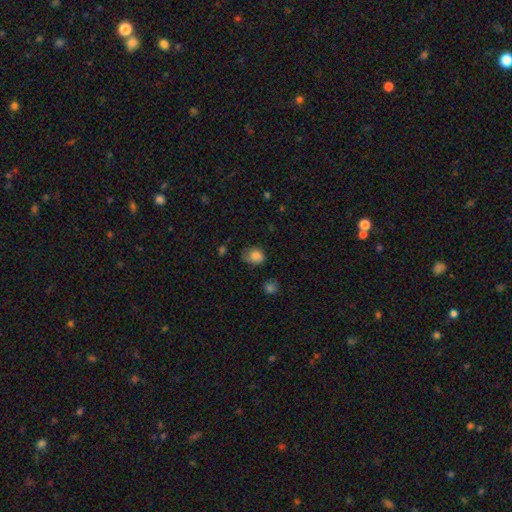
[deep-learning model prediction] This is clearly a smooth galaxy (83%). How rounded: possibly round (54%). Merging: possibly none (55%).